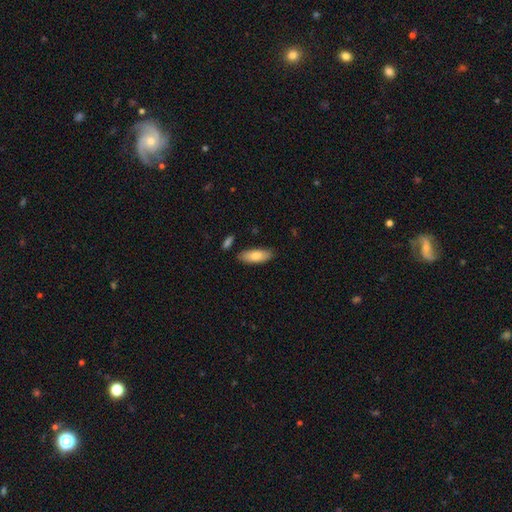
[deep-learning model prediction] Smooth or featured? smooth (81%)
How rounded? in between (74%)
Merging? none (83%)